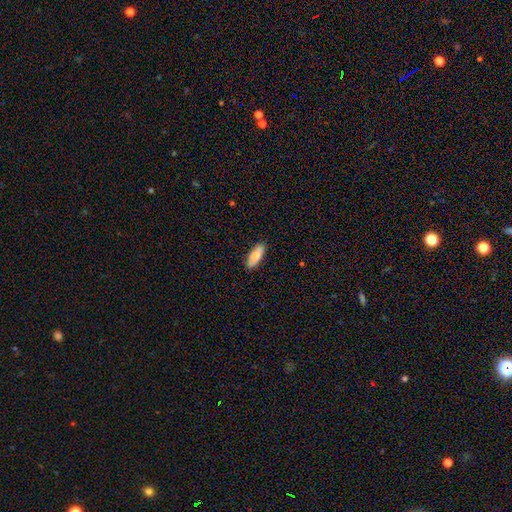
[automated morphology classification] Q: Smooth or featured?
A: smooth (76%); runner-up: featured or disk (18%)
Q: How rounded?
A: in between (71%); runner-up: cigar-shaped (27%)
Q: Merging?
A: none (86%); runner-up: minor disturbance (11%)